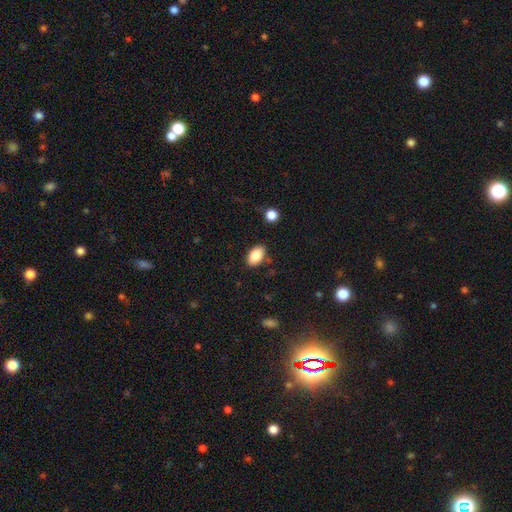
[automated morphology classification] Overall: smooth (84%). How rounded: in between (91%). Merging: none (85%).